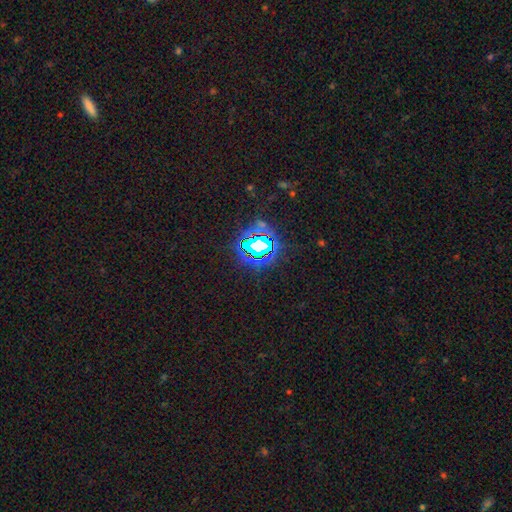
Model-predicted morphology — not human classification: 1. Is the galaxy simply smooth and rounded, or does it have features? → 76% star or artifact, 13% smooth, 11% featured or disk.